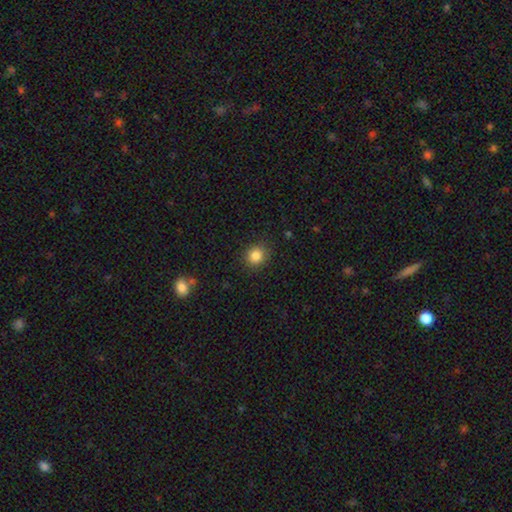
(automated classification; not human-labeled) This is clearly a smooth galaxy (84%). How rounded: clearly round (82%). Merging: clearly none (88%).